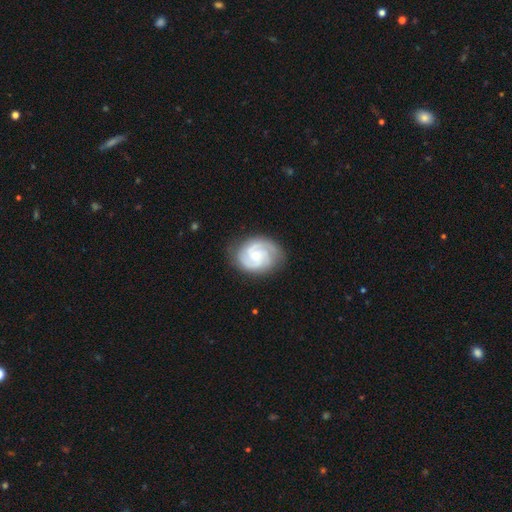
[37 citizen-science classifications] smooth-or-featured: featured or disk: 92% | smooth: 8% | star or artifact: 0%
  disk-edge-on: no: 100% | yes: 0%
    bar: no: 62% | weak: 32% | strong: 6%
    has-spiral-arms: yes: 100% | no: 0%
      spiral-winding: tight: 53% | medium: 44% | loose: 3%
      spiral-arm-count: 3: 88% | 2: 6% | 4: 3% | can't tell: 3% | 1: 0% | more than 4: 0%
    bulge-size: small: 71% | moderate: 26% | none: 3% | dominant: 0% | large: 0%
  merging: none: 89% | minor disturbance: 11% | major disturbance: 0% | merger: 0%